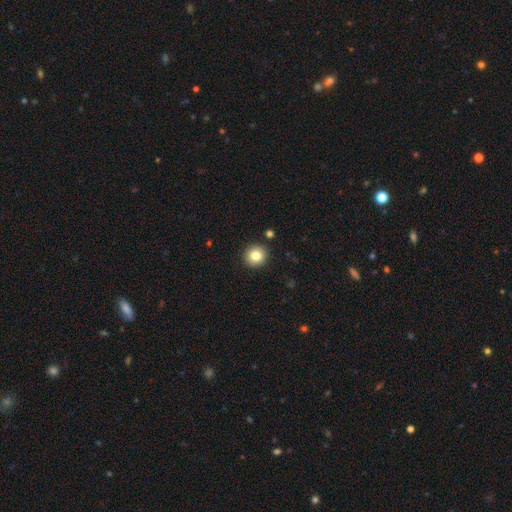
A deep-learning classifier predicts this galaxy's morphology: A smooth galaxy with no disk features (82%) that is round (92%). Merging: none (91%).